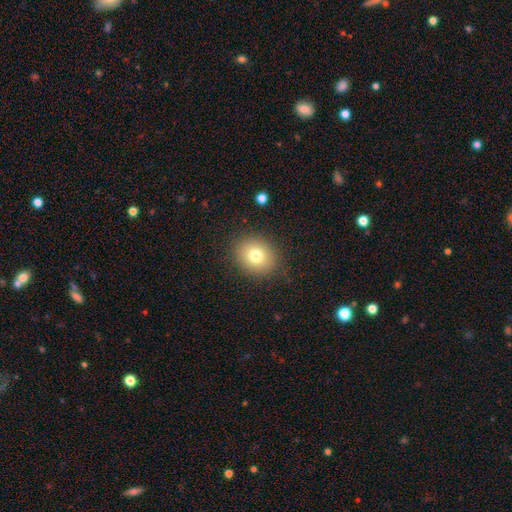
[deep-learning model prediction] A smooth galaxy with no disk features (76%) that is round (66%). Merging: none (87%).